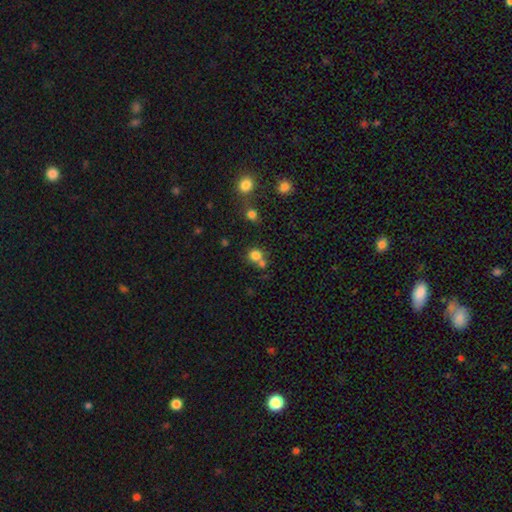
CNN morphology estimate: Q: Smooth or featured?
A: smooth (79%); runner-up: star or artifact (14%)
Q: How rounded?
A: round (85%); runner-up: in between (14%)
Q: Merging?
A: none (54%); runner-up: merger (34%)